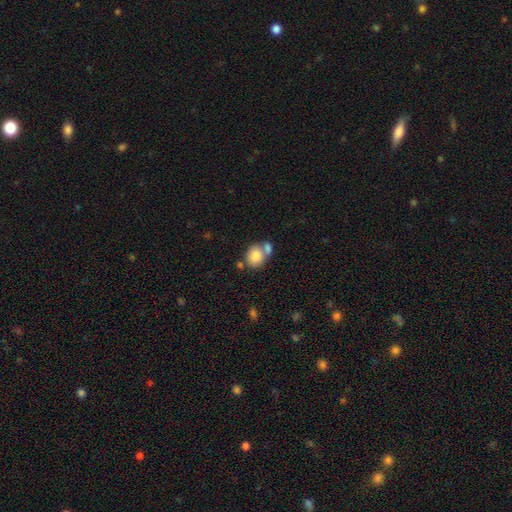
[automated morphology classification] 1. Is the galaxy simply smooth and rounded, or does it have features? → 80% smooth, 12% featured or disk, 8% star or artifact.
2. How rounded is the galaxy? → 55% round, 44% in between, 1% cigar-shaped.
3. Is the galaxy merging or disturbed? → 44% none, 41% merger, 11% minor disturbance, 4% major disturbance.